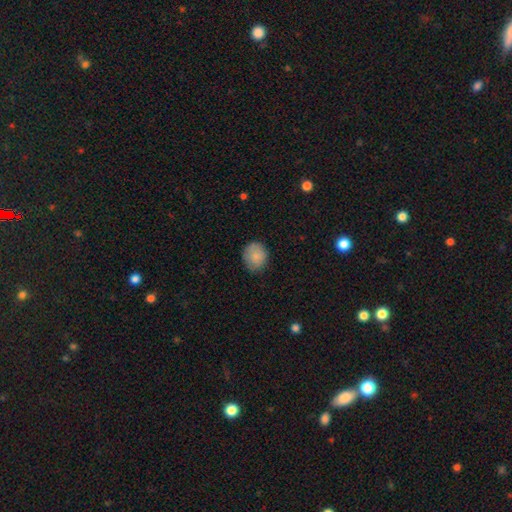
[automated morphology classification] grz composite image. It shows a smooth galaxy with no disk features (85%) that is round (74%). Merging: none (81%).